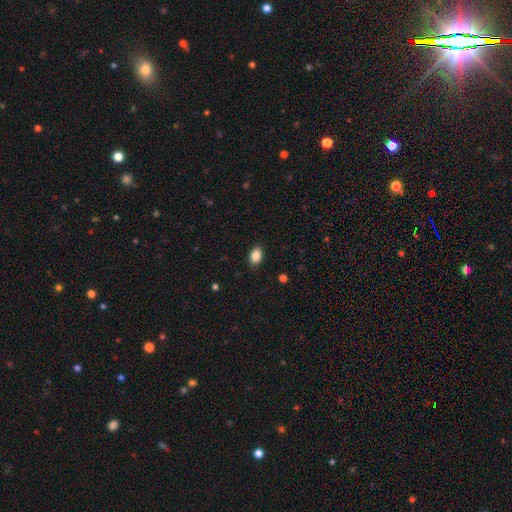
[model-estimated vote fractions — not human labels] This appears to be a smooth galaxy with no disk features (86%) that is in between round and cigar-shaped (82%). Merging: none (88%).